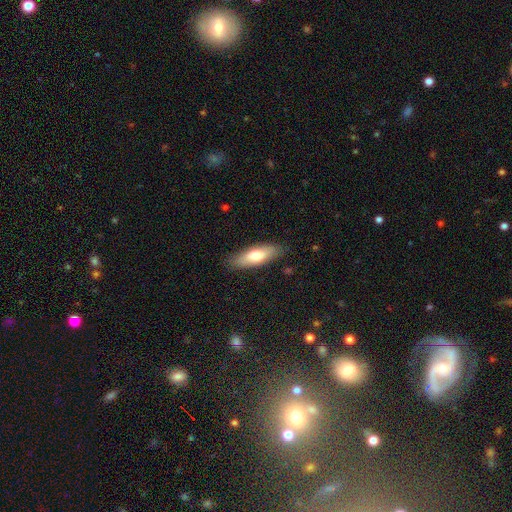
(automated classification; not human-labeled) This is likely a smooth galaxy (70%). How rounded: possibly in between (57%). Merging: clearly none (85%).